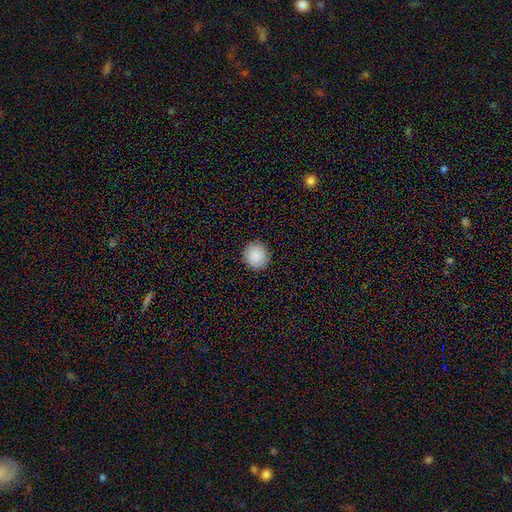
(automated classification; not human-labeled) Overall: smooth (89%). How rounded: round (89%). Merging: none (92%).